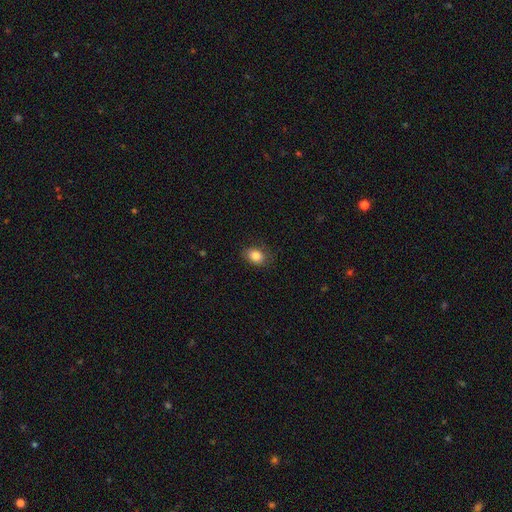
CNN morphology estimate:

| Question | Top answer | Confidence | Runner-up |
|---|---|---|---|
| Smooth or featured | smooth | 85% | star or artifact (9%) |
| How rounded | in between | 66% | round (33%) |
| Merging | none | 81% | minor disturbance (14%) |